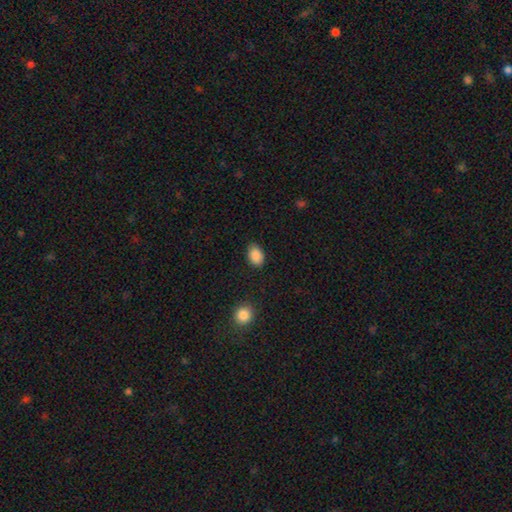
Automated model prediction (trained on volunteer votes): The model was most divided on "how rounded": in between: 82%, round: 17%, cigar-shaped: 1%. More confident: smooth or featured — smooth (89%); merging — none (84%).